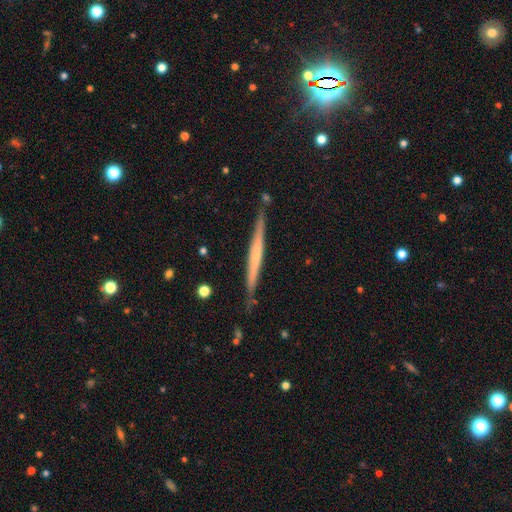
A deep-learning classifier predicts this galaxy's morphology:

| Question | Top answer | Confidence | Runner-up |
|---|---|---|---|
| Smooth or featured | featured or disk | 57% | smooth (38%) |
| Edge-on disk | yes | 97% | no (3%) |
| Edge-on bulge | none | 78% | rounded (13%) |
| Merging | none | 84% | minor disturbance (12%) |